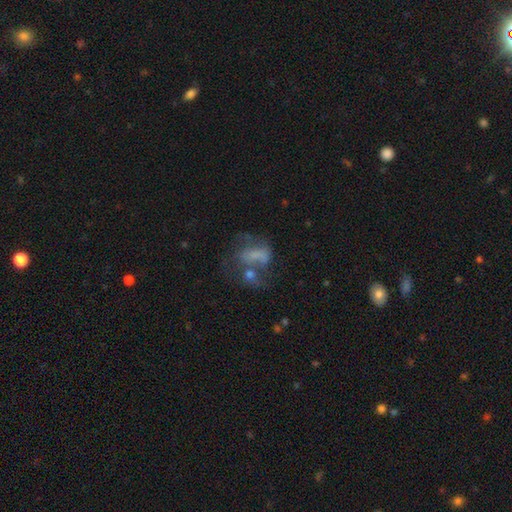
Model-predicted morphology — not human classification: Overall: featured or disk (43%; smooth 42%). Merging: major disturbance (31%, tied with merger).